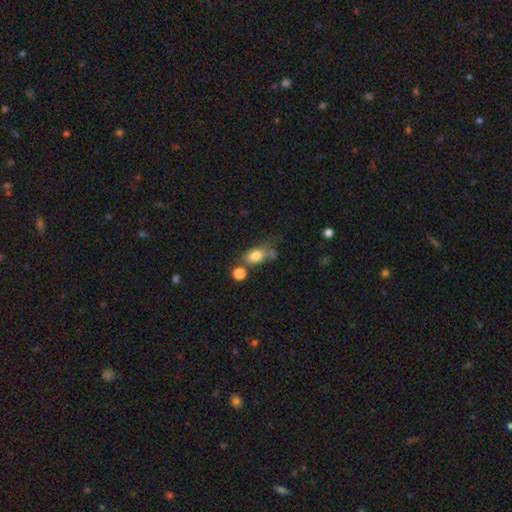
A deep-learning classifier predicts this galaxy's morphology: A smooth galaxy with no disk features (78%) that is in between round and cigar-shaped (76%).

Vote fractions:
- Smooth or featured? smooth: 78% / featured or disk: 13% / star or artifact: 10%
- How rounded? in between: 76% / round: 18% / cigar-shaped: 5%
- Merging? none: 46% / merger: 22% / minor disturbance: 21% / major disturbance: 11%